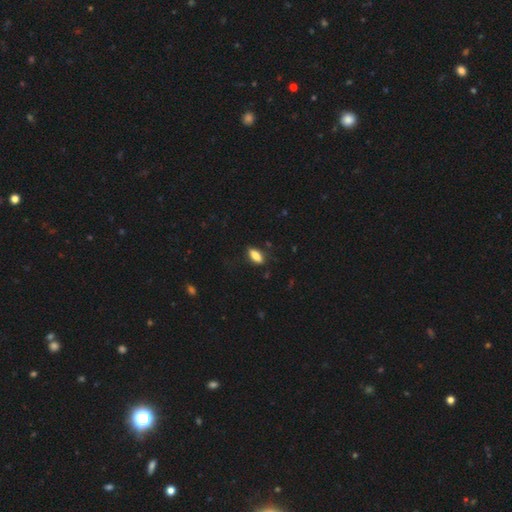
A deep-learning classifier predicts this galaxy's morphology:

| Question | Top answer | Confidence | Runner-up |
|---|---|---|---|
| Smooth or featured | smooth | 80% | featured or disk (12%) |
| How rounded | in between | 74% | cigar-shaped (23%) |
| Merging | none | 80% | minor disturbance (15%) |